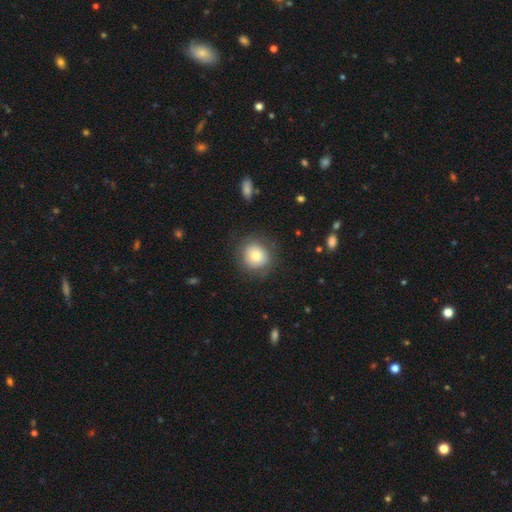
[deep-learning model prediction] Smooth or featured? Predicted: smooth (p=0.73). How rounded? Predicted: round (p=0.89). Merging? Predicted: none (p=0.79).